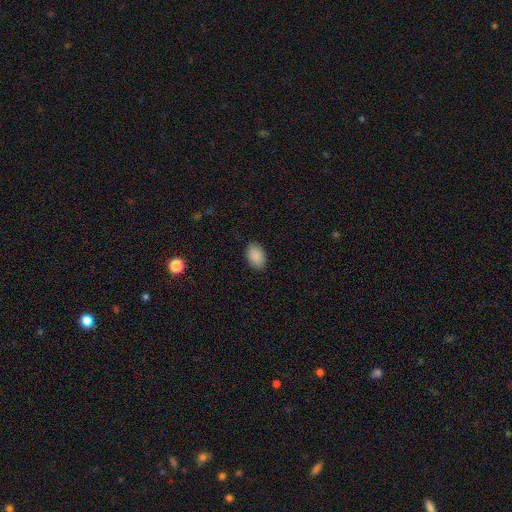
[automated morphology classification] Smooth or featured? Predicted: smooth (p=0.89). How rounded? Predicted: in between (p=0.88). Merging? Predicted: none (p=0.88).